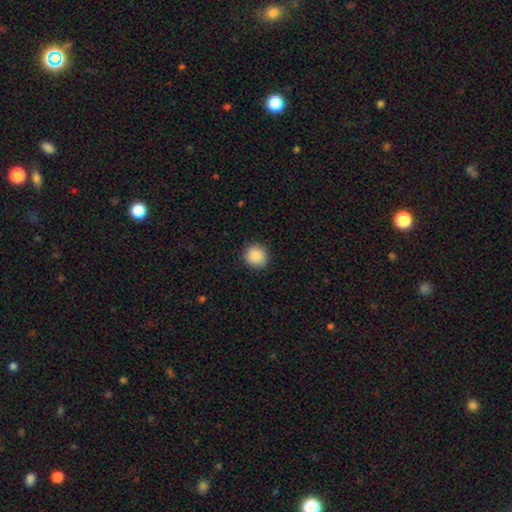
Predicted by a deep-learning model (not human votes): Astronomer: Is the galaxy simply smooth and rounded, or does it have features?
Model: smooth — 88%.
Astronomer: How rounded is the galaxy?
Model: round — 90%.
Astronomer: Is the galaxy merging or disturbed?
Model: none — 91%.